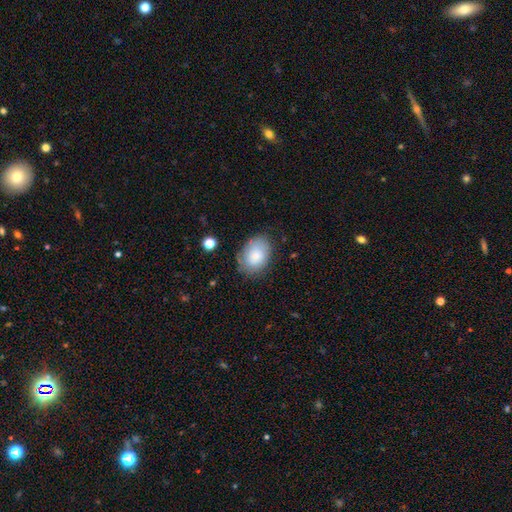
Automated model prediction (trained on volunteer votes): Smooth or featured: smooth — 75% (featured or disk — 17%)
How rounded: in between — 75% (round — 25%)
Merging: none — 74% (minor disturbance — 19%)